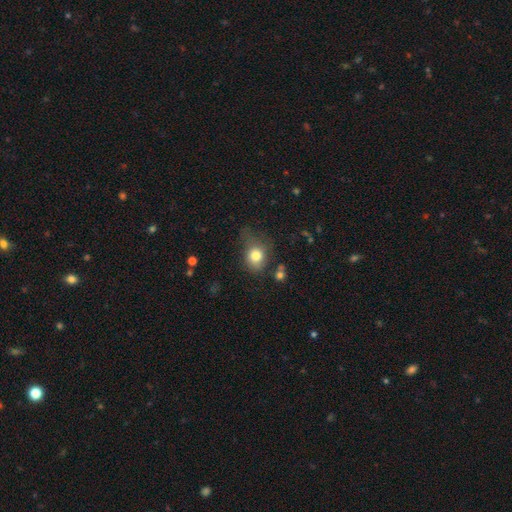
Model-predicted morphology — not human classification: Smooth or featured? Predicted: smooth (p=0.80). How rounded? Predicted: round (p=0.56). Merging? Predicted: none (p=0.46).